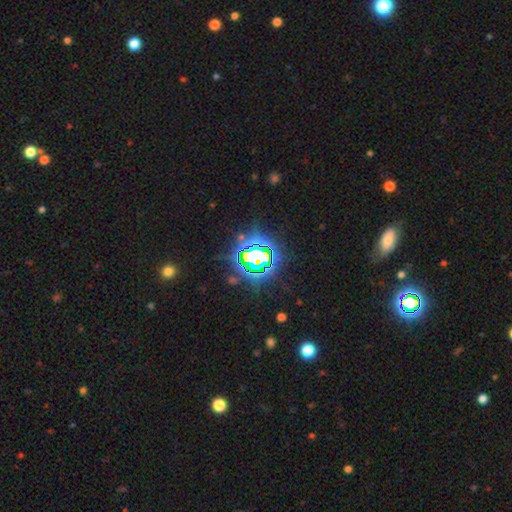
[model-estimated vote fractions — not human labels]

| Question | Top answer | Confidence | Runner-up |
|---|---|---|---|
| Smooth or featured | star or artifact | 80% | smooth (11%) |